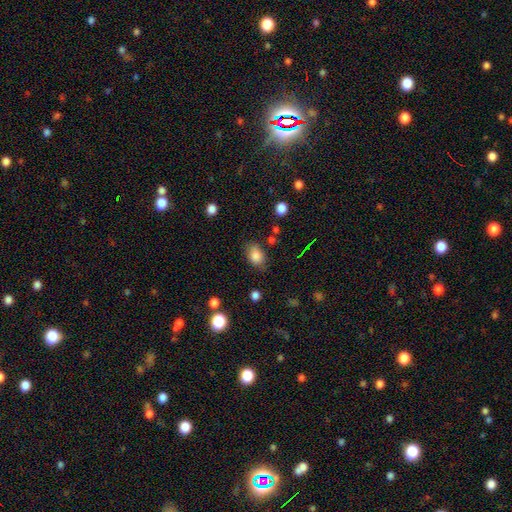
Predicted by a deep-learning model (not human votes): Overall: smooth (84%). How rounded: in between (76%). Merging: none (74%).